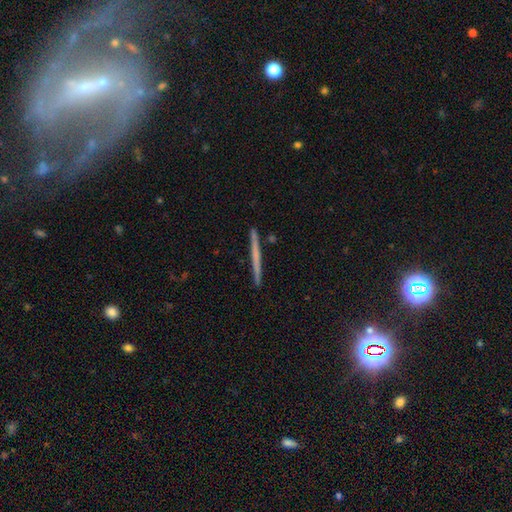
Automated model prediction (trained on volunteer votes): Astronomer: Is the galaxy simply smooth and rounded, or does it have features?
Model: featured or disk — 51% (runner-up: smooth, 43%).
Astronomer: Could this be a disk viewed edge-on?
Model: yes — 98%.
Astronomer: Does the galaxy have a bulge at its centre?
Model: none — 88%.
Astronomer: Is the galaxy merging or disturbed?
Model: none — 92%.